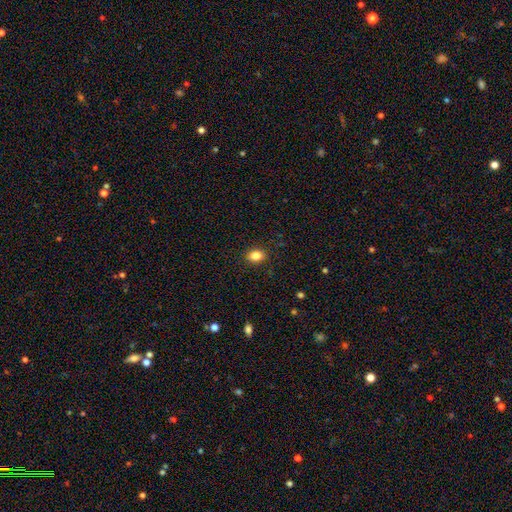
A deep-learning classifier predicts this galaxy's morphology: Overall: smooth (84%). How rounded: in between (64%; round 34%). Merging: none (89%).